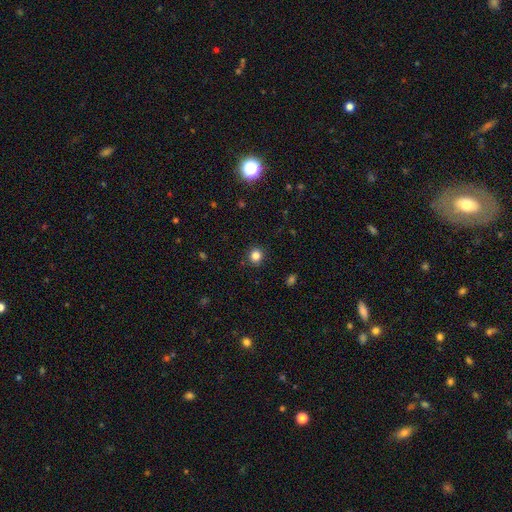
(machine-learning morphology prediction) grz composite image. It shows a smooth galaxy with no disk features (82%) that is round (89%). Merging: none (90%).